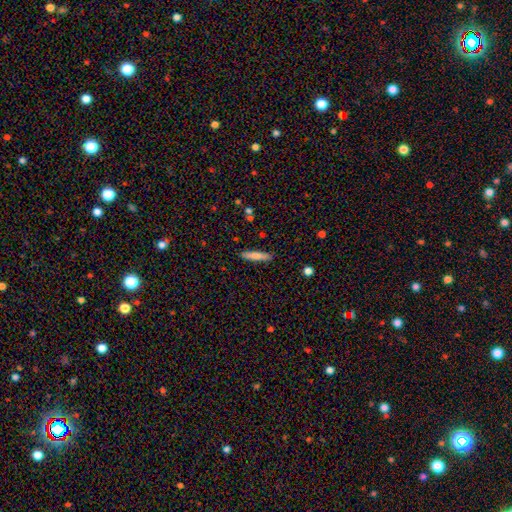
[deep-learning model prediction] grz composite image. It shows a smooth galaxy with no disk features (74%) that is cigar-shaped (87%). Merging: none (88%).